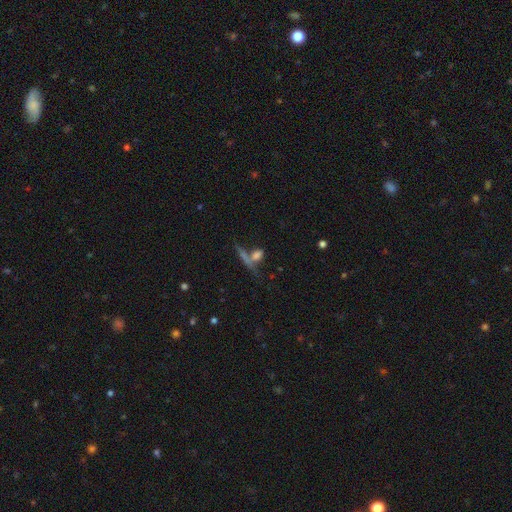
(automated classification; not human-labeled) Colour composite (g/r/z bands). It shows a smooth galaxy with no disk features (63%) that is in between round and cigar-shaped (40%). Merging: none (45%).